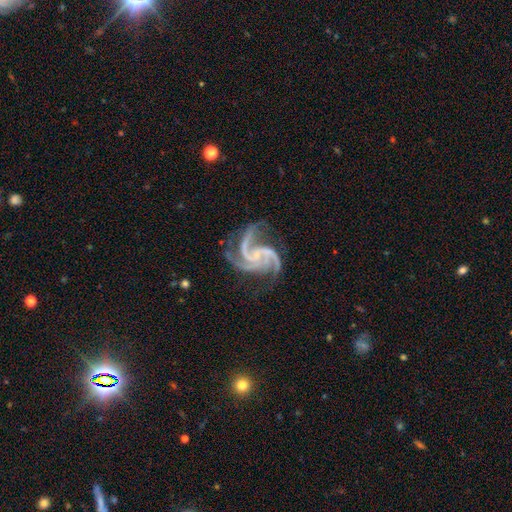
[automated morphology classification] smooth-or-featured: featured or disk: 93% | star or artifact: 5% | smooth: 2%
  disk-edge-on: no: 99% | yes: 1%
    bar: no: 61% | weak: 26% | strong: 12%
    has-spiral-arms: yes: 99% | no: 1%
      spiral-winding: medium: 60% | tight: 27% | loose: 14%
      spiral-arm-count: 3: 57% | 4: 28% | 2: 5% | can't tell: 4% | more than 4: 3% | 1: 3%
    bulge-size: small: 76% | moderate: 11% | none: 10% | large: 1% | dominant: 1%
  merging: none: 69% | minor disturbance: 17% | major disturbance: 11% | merger: 2%